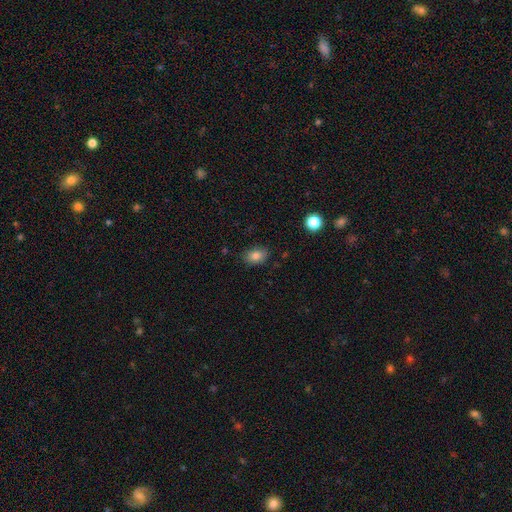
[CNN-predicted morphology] type=smooth (83%); roundness=in between (82%); merging=none (83%).